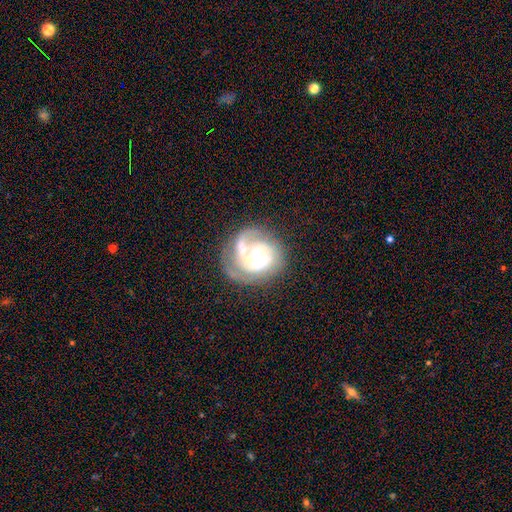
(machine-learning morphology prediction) type=featured or disk (85%); edge-on=no (98%); bar=no (65%); spiral arms=yes (93%); winding=tight (54%); arm count=2 (43%); bulge=moderate (66%); merging=none (62%).